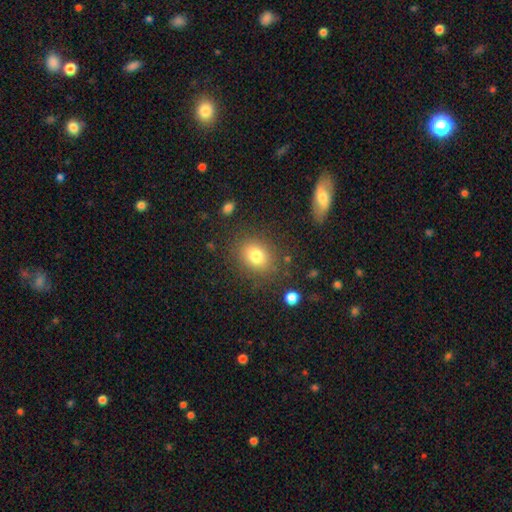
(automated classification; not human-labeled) smooth-or-featured: smooth: 79% | star or artifact: 11% | featured or disk: 10%
  how-rounded: in between: 51% | round: 48% | cigar-shaped: 1%
  merging: none: 82% | minor disturbance: 11% | major disturbance: 5% | merger: 2%